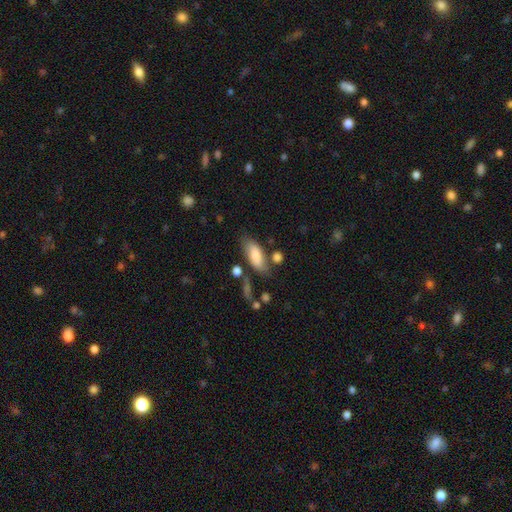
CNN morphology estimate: smooth-or-featured: smooth: 78% | featured or disk: 15% | star or artifact: 7%
  how-rounded: in between: 81% | cigar-shaped: 16% | round: 3%
  merging: none: 65% | minor disturbance: 19% | merger: 9% | major disturbance: 6%